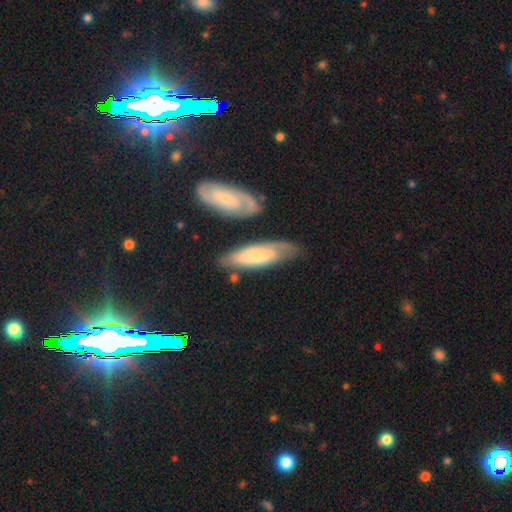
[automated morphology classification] smooth_or_featured: smooth (p=0.50) [alt: featured or disk p=0.44]
how_rounded: in between (p=0.51) [alt: cigar-shaped p=0.47]
merging: none (p=0.65) [alt: minor disturbance p=0.19]